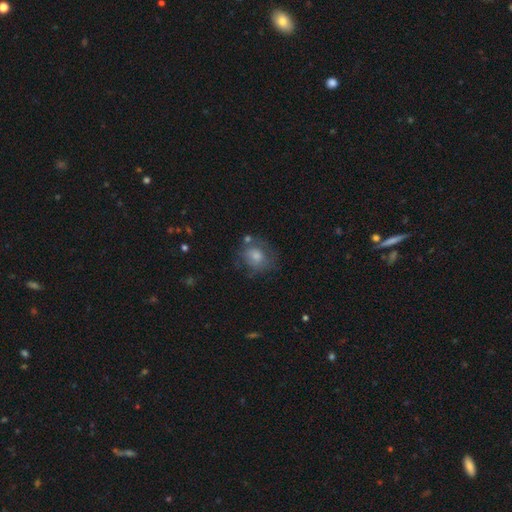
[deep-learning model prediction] smooth-or-featured: smooth: 55% | featured or disk: 31% | star or artifact: 14%
  how-rounded: round: 67% | in between: 32% | cigar-shaped: 1%
  merging: none: 64% | minor disturbance: 20% | major disturbance: 11% | merger: 5%